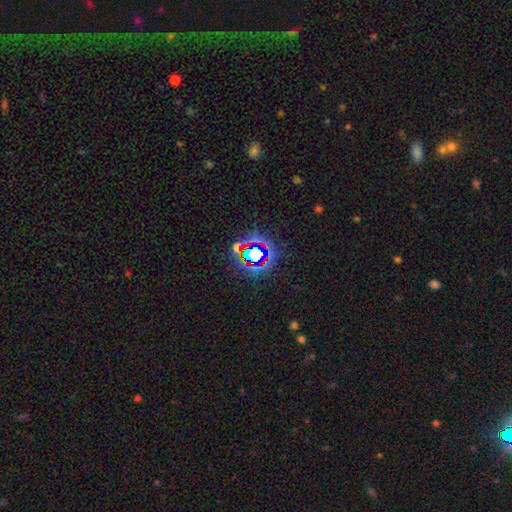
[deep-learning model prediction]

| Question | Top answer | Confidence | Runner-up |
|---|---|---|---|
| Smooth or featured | star or artifact | 68% | smooth (20%) |